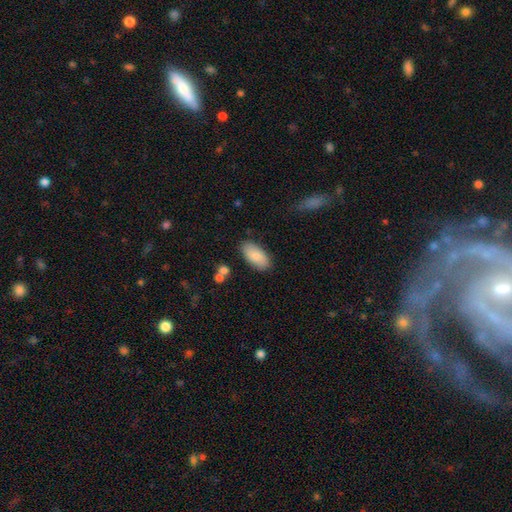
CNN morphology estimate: This is clearly a smooth galaxy (83%). How rounded: clearly in between (94%). Merging: clearly none (83%).